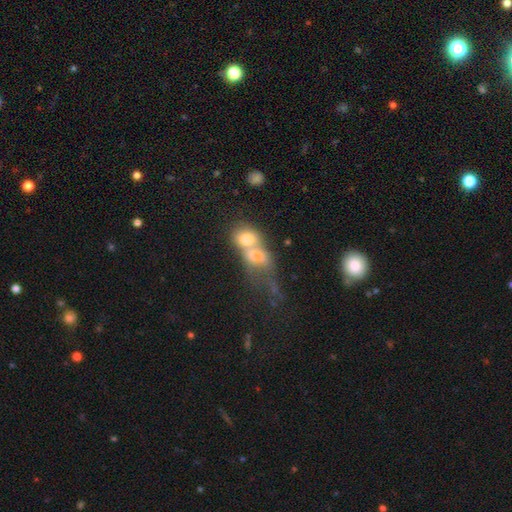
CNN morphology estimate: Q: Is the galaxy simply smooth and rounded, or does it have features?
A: smooth — 66%.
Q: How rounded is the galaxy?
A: in between — 57%.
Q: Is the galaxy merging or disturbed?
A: merger — 79%.